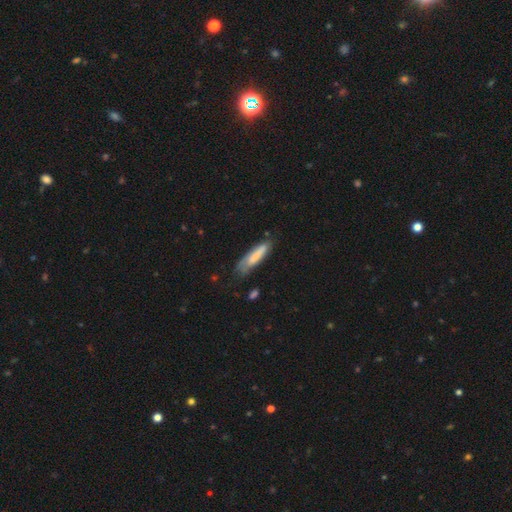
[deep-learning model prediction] Smooth or featured?
  - smooth: 73% *
  - featured or disk: 21%
  - star or artifact: 6%
How rounded?
  - cigar-shaped: 72% *
  - in between: 26%
  - round: 1%
Merging?
  - none: 58% *
  - minor disturbance: 30%
  - major disturbance: 10%
  - merger: 3%